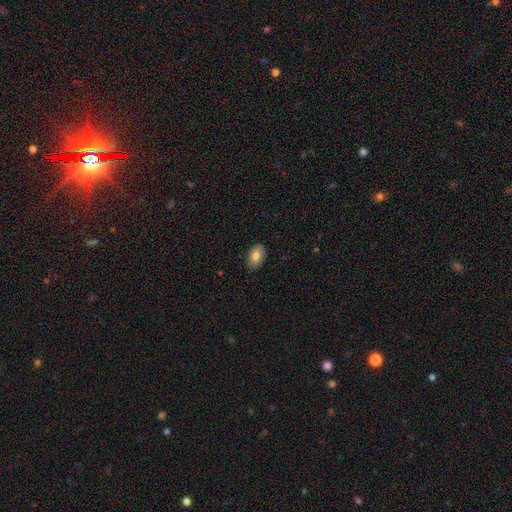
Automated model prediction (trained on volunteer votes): A smooth galaxy with no disk features (80%) that is in between round and cigar-shaped (91%). Merging: none (85%).